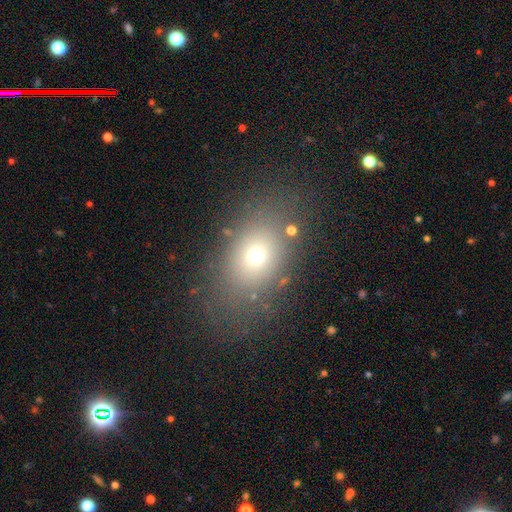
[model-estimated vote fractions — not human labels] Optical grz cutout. It shows a smooth galaxy with no disk features (67%) that is in between round and cigar-shaped (70%). Merging: none (78%).